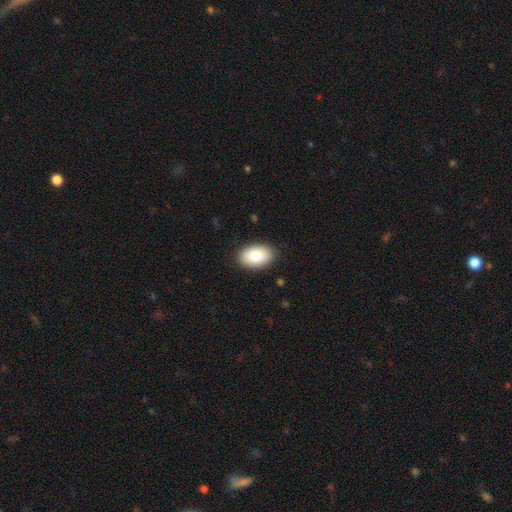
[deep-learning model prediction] Smooth or featured? Predicted: smooth (p=0.86). How rounded? Predicted: in between (p=0.92). Merging? Predicted: none (p=0.89).